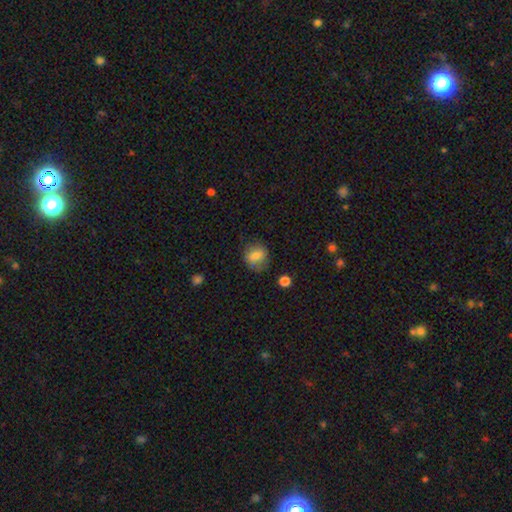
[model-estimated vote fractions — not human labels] Morphology: type=smooth (77%); roundness=round (75%); merging=none (74%).